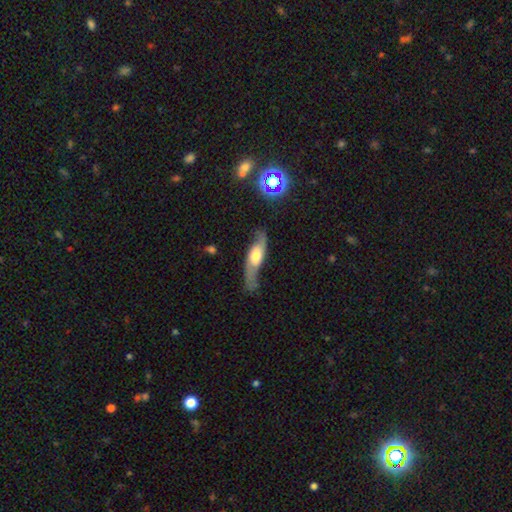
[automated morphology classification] The model was most divided on "edge-on disk": no: 60%, yes: 40%. More confident: smooth or featured — featured or disk (66%); merging — none (55%).